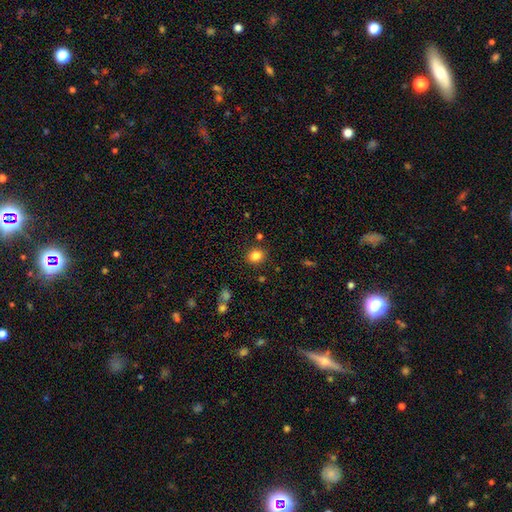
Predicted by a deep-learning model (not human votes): The model was most divided on "how rounded": round: 73%, in between: 26%, cigar-shaped: 1%. More confident: merging — none (86%); smooth or featured — smooth (83%).